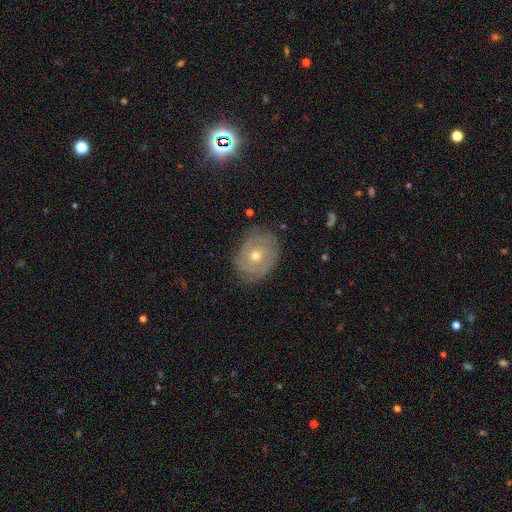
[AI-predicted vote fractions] Q: Smooth or featured?
A: featured or disk (66%); runner-up: smooth (24%)
Q: Edge-on disk?
A: no (95%); runner-up: yes (5%)
Q: Bar?
A: no (83%); runner-up: weak (13%)
Q: Spiral arms?
A: yes (72%); runner-up: no (28%)
Q: Bulge size?
A: moderate (58%); runner-up: small (39%)
Q: Merging?
A: none (77%); runner-up: minor disturbance (17%)